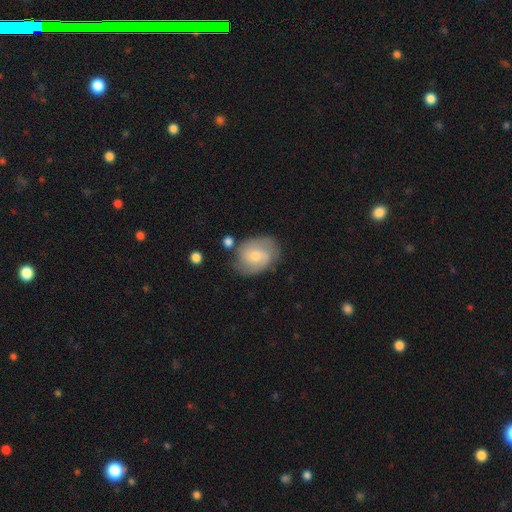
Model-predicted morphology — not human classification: Smooth or featured? featured or disk (63%)
Edge-on disk? no (97%)
Bar? no (59%)
Spiral arms? yes (89%)
Spiral winding? medium (47%)
Spiral arm count? 2 (75%)
Bulge size? small (54%)
Merging? none (68%)